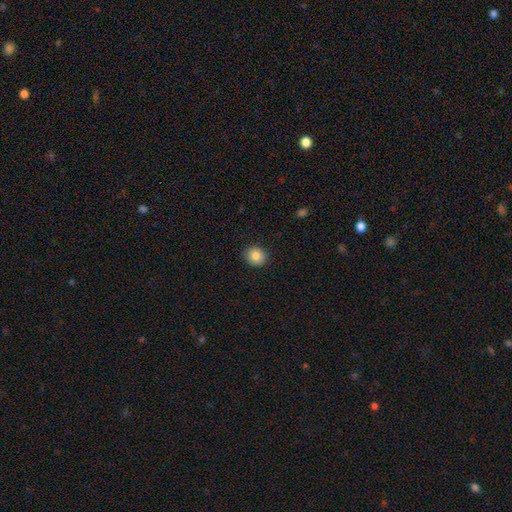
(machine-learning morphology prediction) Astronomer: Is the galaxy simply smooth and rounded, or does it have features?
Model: smooth — 84%.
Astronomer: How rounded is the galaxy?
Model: round — 79%.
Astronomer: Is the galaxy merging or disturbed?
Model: none — 90%.